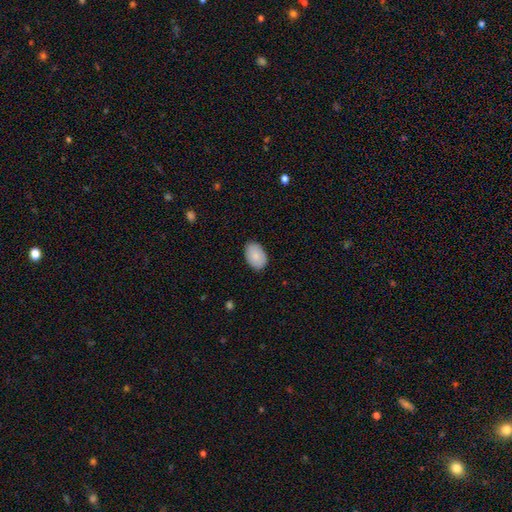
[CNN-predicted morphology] Smooth or featured? smooth (87%)
How rounded? in between (90%)
Merging? none (87%)